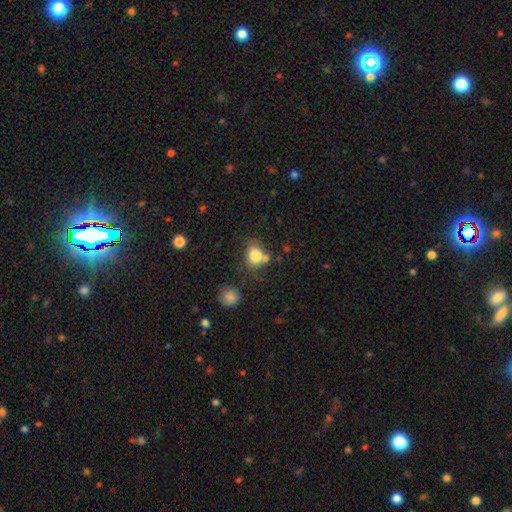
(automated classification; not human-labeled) Overall: smooth (81%). How rounded: round (52%; in between 47%). Merging: none (52%; merger 22%).